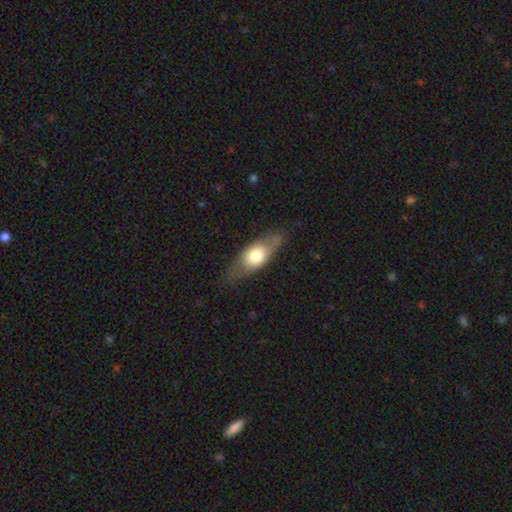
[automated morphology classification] Smooth or featured: smooth — 61% (featured or disk — 32%)
How rounded: in between — 74% (cigar-shaped — 18%)
Merging: none — 70% (minor disturbance — 21%)